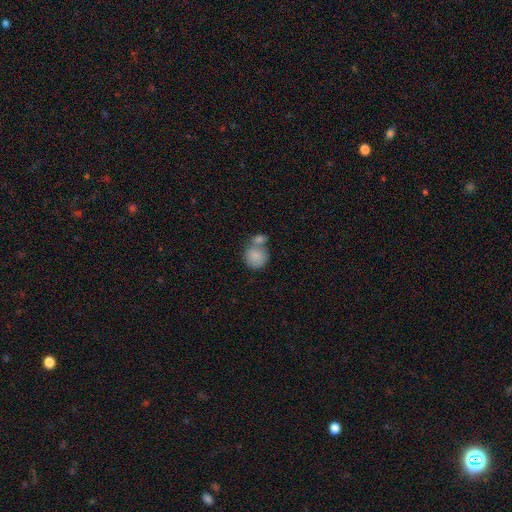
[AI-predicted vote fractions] smooth_or_featured: smooth (p=0.84) [alt: featured or disk p=0.09]
how_rounded: round (p=0.80) [alt: in between p=0.19]
merging: merger (p=0.52) [alt: none p=0.33]